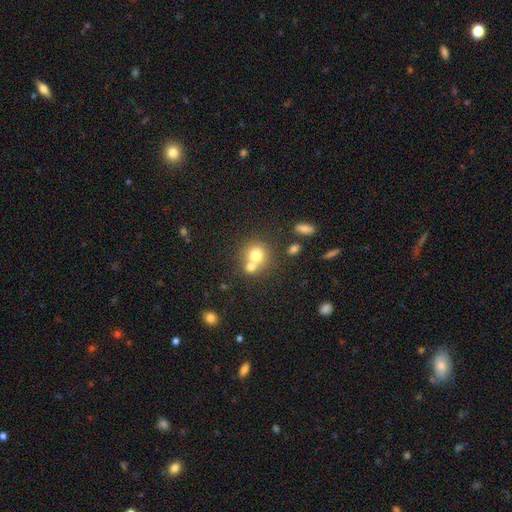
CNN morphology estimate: smooth 72%, featured or disk 15%, star or artifact 13%. Down the decision tree: how rounded — round (84%); merging — merger (48%).